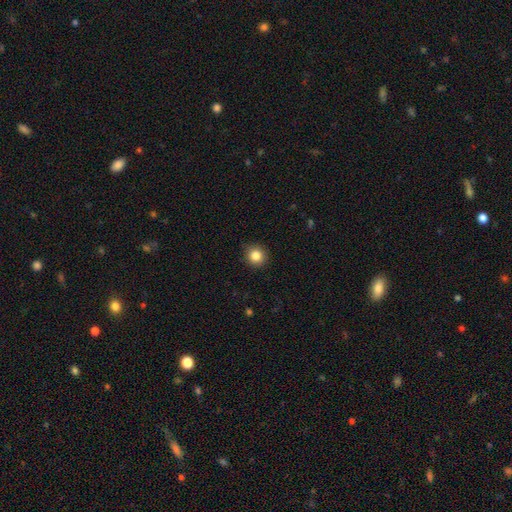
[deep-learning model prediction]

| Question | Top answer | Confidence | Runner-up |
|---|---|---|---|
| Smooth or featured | smooth | 85% | star or artifact (10%) |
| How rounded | round | 91% | in between (8%) |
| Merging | none | 89% | minor disturbance (8%) |